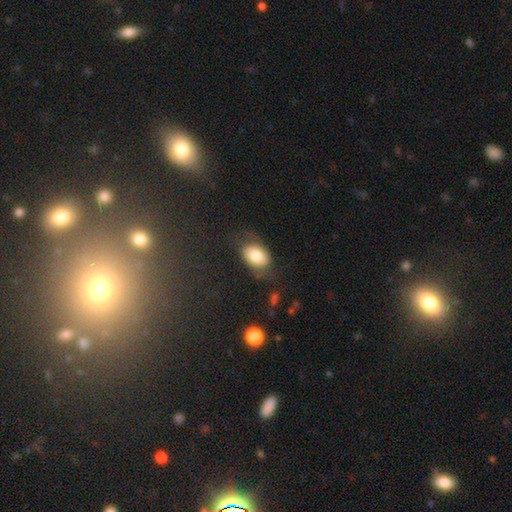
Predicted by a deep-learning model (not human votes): Morphology: type=smooth (73%); roundness=in between (88%); merging=none (61%).